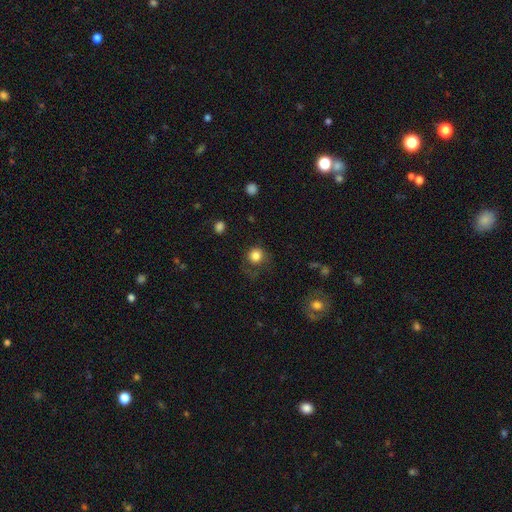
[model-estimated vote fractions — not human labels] A smooth galaxy with no disk features (83%) that is round (89%). Merging: none (64%).